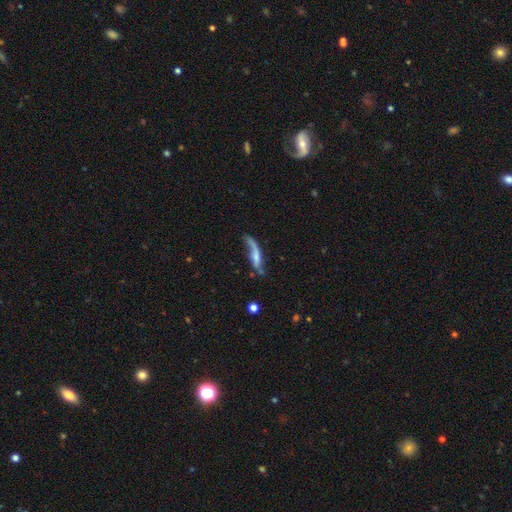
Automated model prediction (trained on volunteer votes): The model was most divided on "merging": none: 38%, minor disturbance: 27%, major disturbance: 26%, merger: 10%. More confident: edge-on disk — no (59%); smooth or featured — featured or disk (58%).